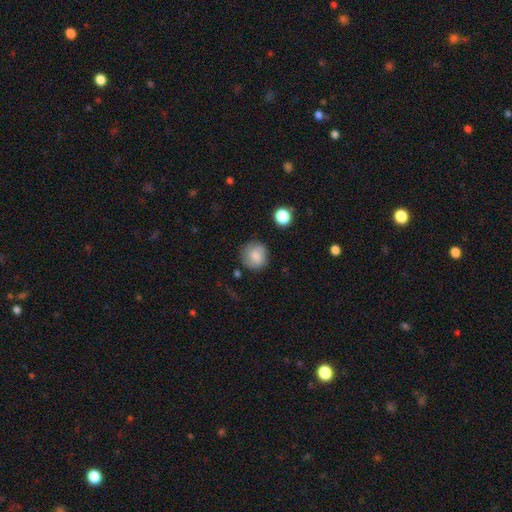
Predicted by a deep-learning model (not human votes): A smooth galaxy with no disk features (77%) that is round (91%).

Vote fractions:
- Smooth or featured? smooth: 77% / featured or disk: 14% / star or artifact: 9%
- How rounded? round: 91% / in between: 8% / cigar-shaped: 1%
- Merging? none: 78% / minor disturbance: 15% / major disturbance: 4% / merger: 3%